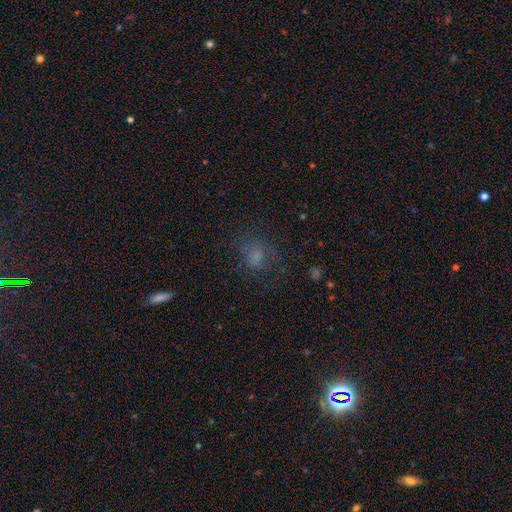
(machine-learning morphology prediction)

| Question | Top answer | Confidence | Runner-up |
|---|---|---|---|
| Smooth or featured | smooth | 61% | star or artifact (22%) |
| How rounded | round | 54% | in between (44%) |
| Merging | none | 61% | minor disturbance (19%) |